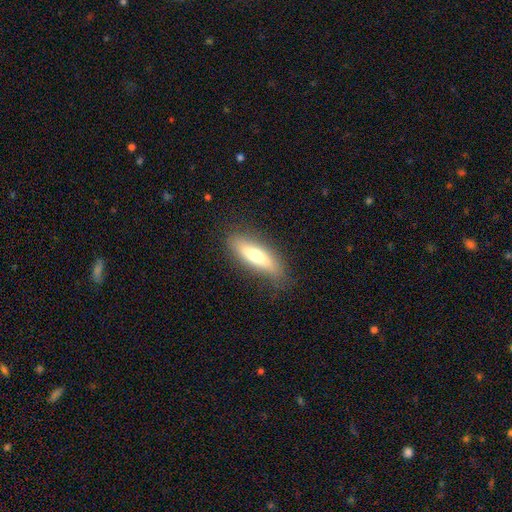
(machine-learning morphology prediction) type=smooth (61%); roundness=cigar-shaped (56%); merging=none (77%).